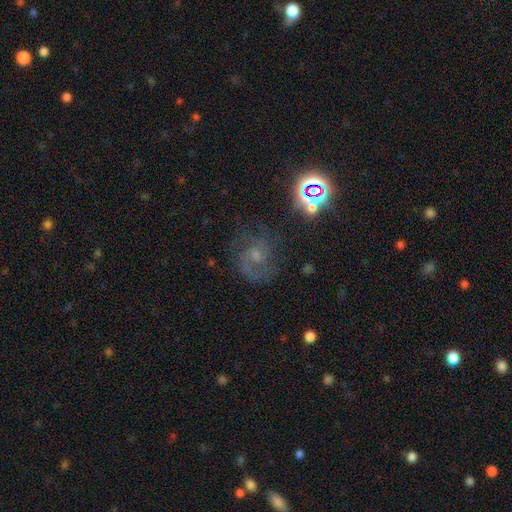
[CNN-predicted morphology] The model was most divided on "bulge size": small: 44%, moderate: 39%, none: 11%, large: 4%, dominant: 1%. More confident: edge-on disk — no (97%); spiral arms — yes (93%); merging — none (65%); smooth or featured — featured or disk (63%); spiral arm count — 2 (58%); bar — no (56%); spiral winding — medium (50%).